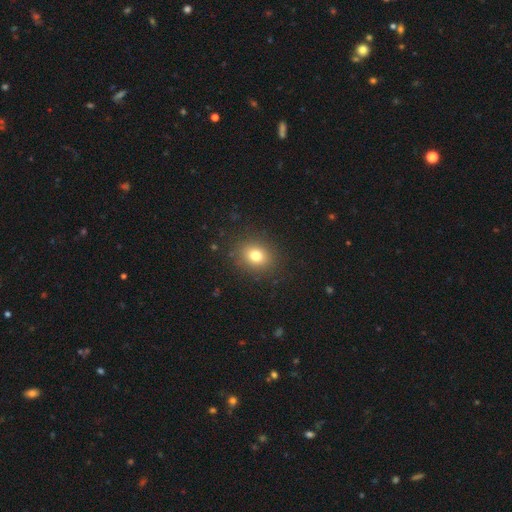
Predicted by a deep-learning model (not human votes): This is likely a smooth galaxy (78%). How rounded: possibly round (59%). Merging: clearly none (87%).